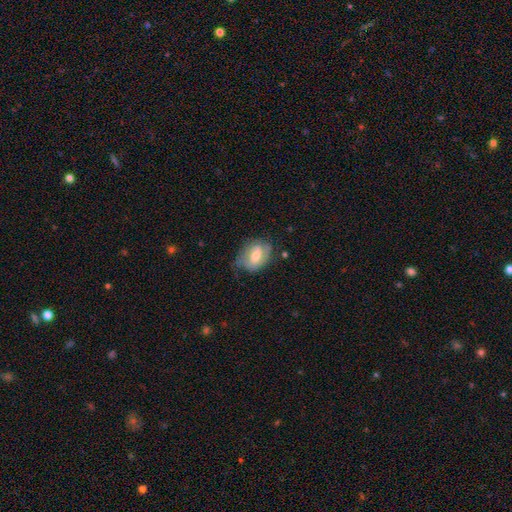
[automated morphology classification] Q: Smooth or featured?
A: featured or disk (60%); runner-up: smooth (33%)
Q: Edge-on disk?
A: no (96%); runner-up: yes (4%)
Q: Bar?
A: weak (49%); runner-up: no (30%)
Q: Spiral arms?
A: yes (81%); runner-up: no (19%)
Q: Bulge size?
A: moderate (55%); runner-up: small (25%)
Q: Merging?
A: none (56%); runner-up: minor disturbance (29%)